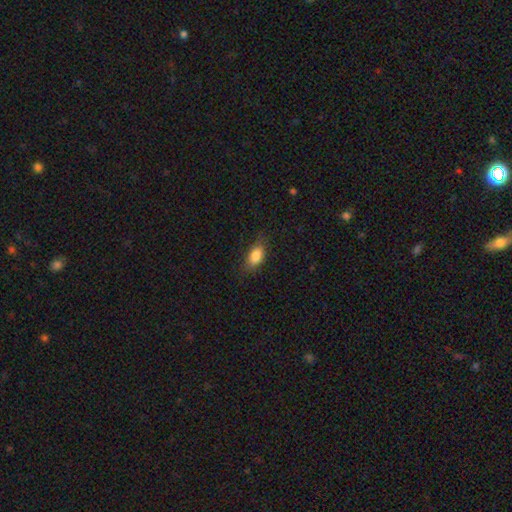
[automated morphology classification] Smooth or featured? smooth (84%)
How rounded? in between (86%)
Merging? none (76%)